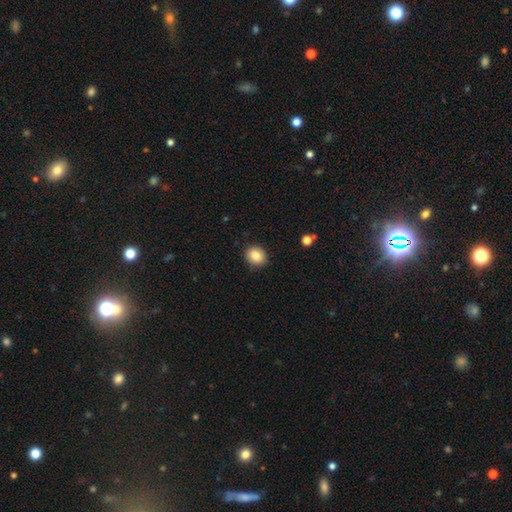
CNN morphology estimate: smooth-or-featured: smooth: 84% | star or artifact: 9% | featured or disk: 7%
  how-rounded: round: 71% | in between: 29% | cigar-shaped: 1%
  merging: none: 89% | minor disturbance: 8% | major disturbance: 2% | merger: 1%